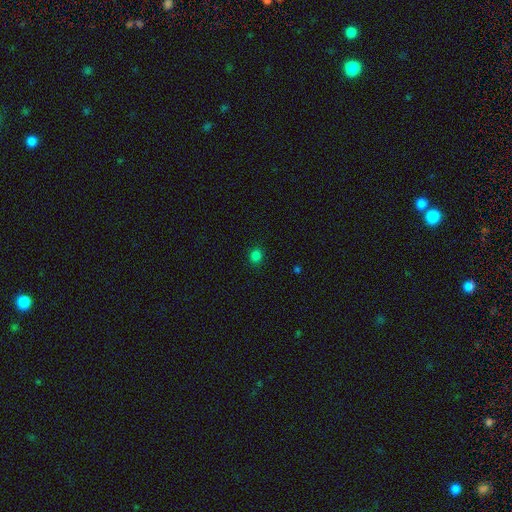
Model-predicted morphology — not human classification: smooth-or-featured: smooth: 81% | star or artifact: 16% | featured or disk: 3%
  how-rounded: round: 76% | in between: 23% | cigar-shaped: 1%
  merging: none: 90% | minor disturbance: 7% | major disturbance: 2% | merger: 1%